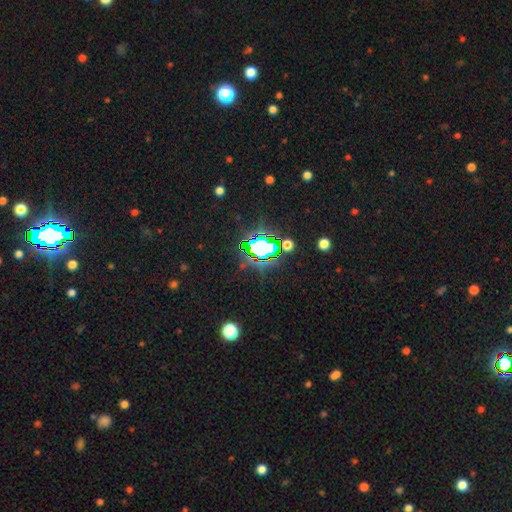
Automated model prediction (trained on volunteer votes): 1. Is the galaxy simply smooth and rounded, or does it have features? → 72% star or artifact, 18% smooth, 10% featured or disk.